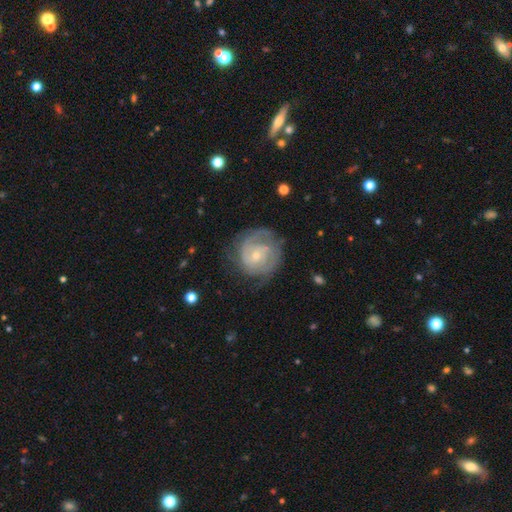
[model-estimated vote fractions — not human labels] Smooth or featured? Predicted: featured or disk (p=0.76). Edge-on disk? Predicted: no (p=0.98). Bar? Predicted: no (p=0.60). Spiral arms? Predicted: yes (p=0.90). Spiral winding? Predicted: tight (p=0.60). Spiral arm count? Predicted: 2 (p=0.42). Bulge size? Predicted: small (p=0.70). Merging? Predicted: none (p=0.68).